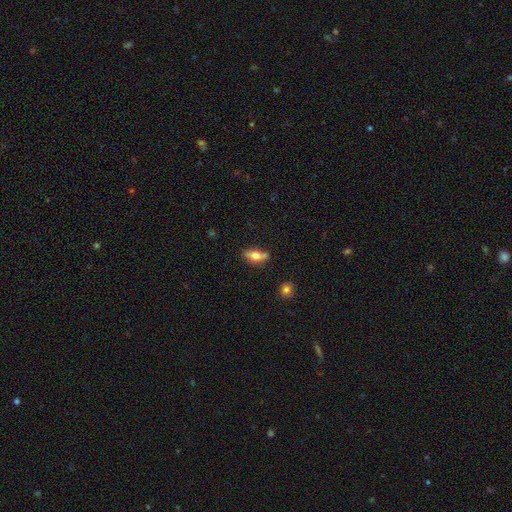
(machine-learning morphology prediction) smooth_or_featured: smooth (p=0.66) [alt: featured or disk p=0.26]
how_rounded: in between (p=0.74) [alt: cigar-shaped p=0.21]
merging: none (p=0.62) [alt: minor disturbance p=0.22]